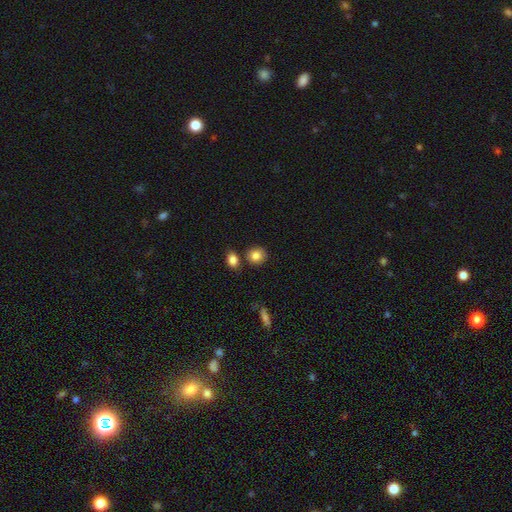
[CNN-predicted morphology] smooth 84%, star or artifact 9%, featured or disk 7%. Down the decision tree: how rounded — round (79%); merging — none (75%).